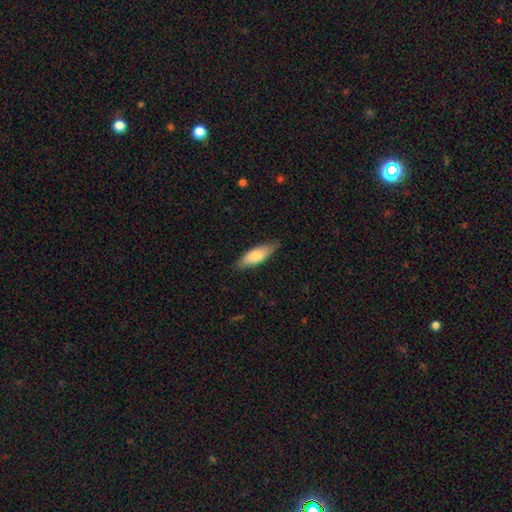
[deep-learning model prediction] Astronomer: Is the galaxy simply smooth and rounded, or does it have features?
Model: smooth — 78%.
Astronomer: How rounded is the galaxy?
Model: in between — 62%.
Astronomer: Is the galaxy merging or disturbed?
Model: none — 79%.